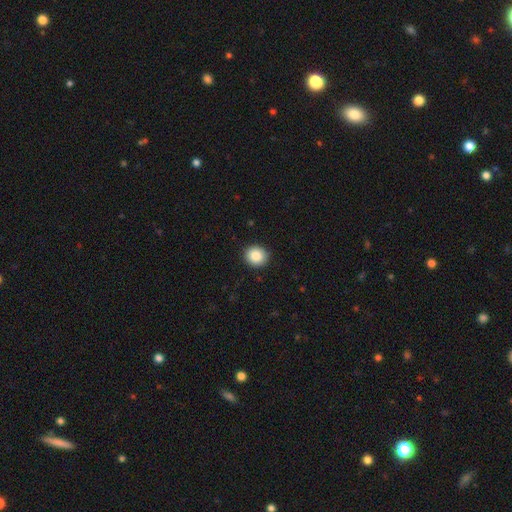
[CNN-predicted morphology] smooth-or-featured: smooth: 87% | star or artifact: 9% | featured or disk: 5%
  how-rounded: round: 84% | in between: 15% | cigar-shaped: 1%
  merging: none: 92% | minor disturbance: 6% | major disturbance: 2% | merger: 1%